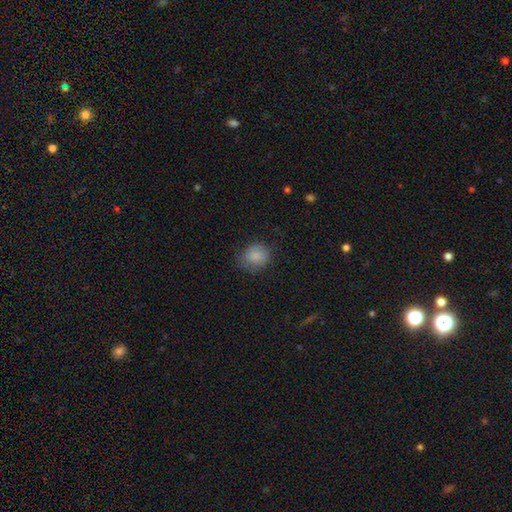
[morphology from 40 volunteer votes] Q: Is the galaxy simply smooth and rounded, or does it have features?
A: smooth — 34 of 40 (85%).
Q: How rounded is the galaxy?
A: round — 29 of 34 (85%).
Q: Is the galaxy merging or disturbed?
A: none — 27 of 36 (75%).